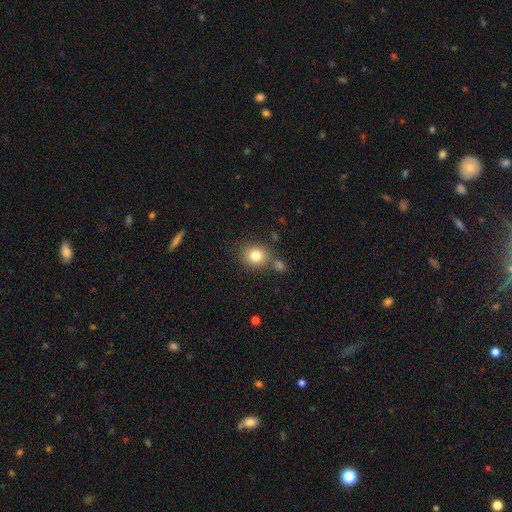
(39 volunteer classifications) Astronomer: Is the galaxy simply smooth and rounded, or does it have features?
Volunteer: smooth — 92%.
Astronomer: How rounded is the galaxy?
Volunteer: round — 75%.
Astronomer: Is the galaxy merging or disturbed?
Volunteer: none — 87%.